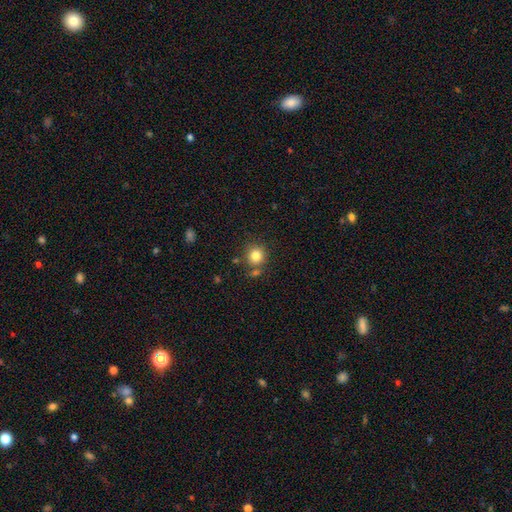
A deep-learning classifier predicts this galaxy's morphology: Overall: smooth (82%). How rounded: round (89%). Merging: none (74%).